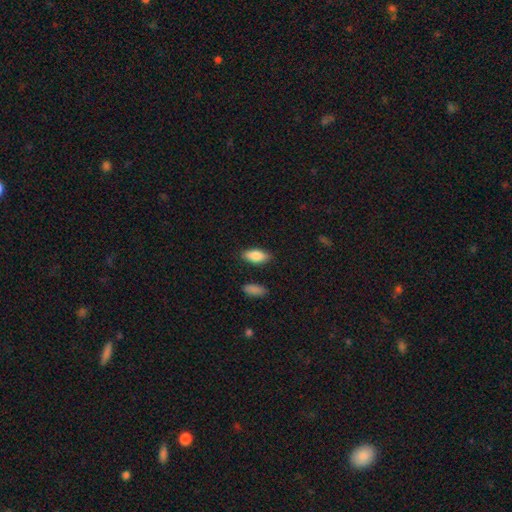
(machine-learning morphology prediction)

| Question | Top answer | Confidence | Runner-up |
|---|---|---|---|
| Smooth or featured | smooth | 85% | featured or disk (9%) |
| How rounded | in between | 85% | cigar-shaped (13%) |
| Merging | none | 85% | minor disturbance (10%) |